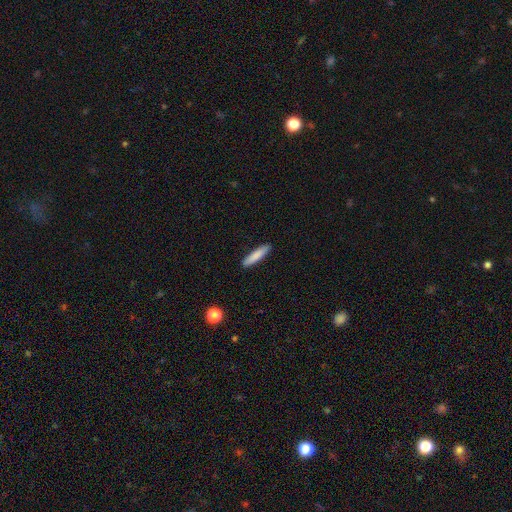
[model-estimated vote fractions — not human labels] Smooth or featured?
  - smooth: 84% *
  - featured or disk: 10%
  - star or artifact: 6%
How rounded?
  - cigar-shaped: 86% *
  - in between: 13%
  - round: 1%
Merging?
  - none: 90% *
  - minor disturbance: 7%
  - major disturbance: 1%
  - merger: 1%